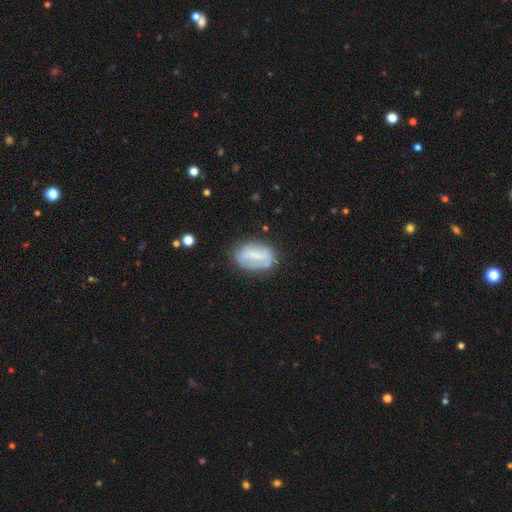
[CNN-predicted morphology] Overall: smooth (51%; featured or disk 41%). How rounded: in between (86%). Merging: none (63%; minor disturbance 24%).